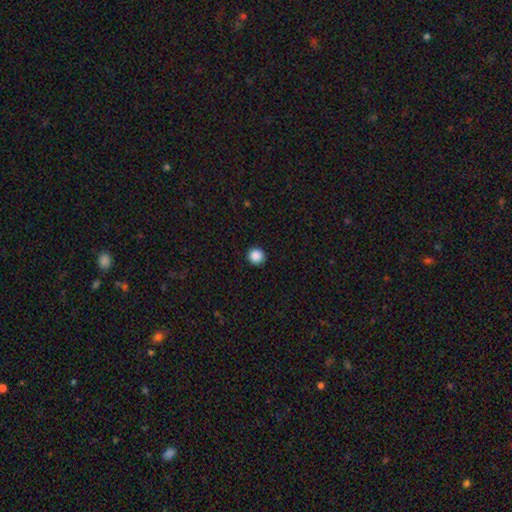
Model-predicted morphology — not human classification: Smooth or featured? smooth (88%)
How rounded? round (96%)
Merging? none (92%)